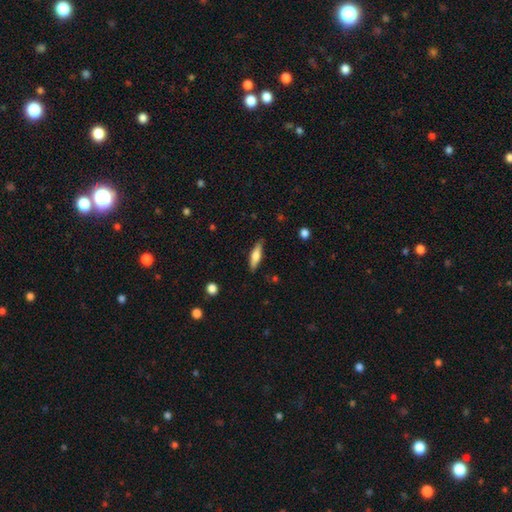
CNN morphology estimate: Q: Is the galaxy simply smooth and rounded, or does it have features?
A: smooth — 66%.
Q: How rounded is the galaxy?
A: cigar-shaped — 62%.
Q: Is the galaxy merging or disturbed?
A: none — 83%.